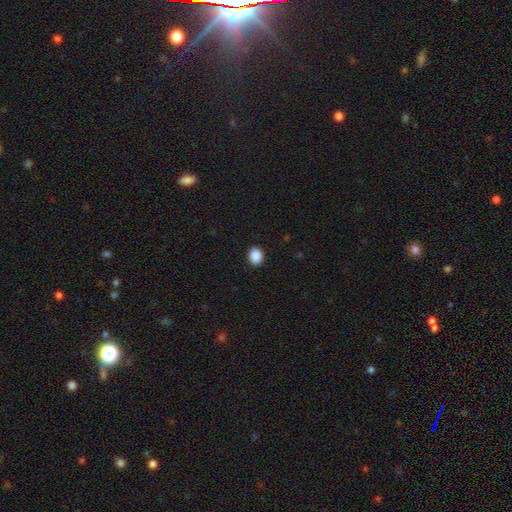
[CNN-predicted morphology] Smooth or featured?
  - smooth: 90% *
  - star or artifact: 8%
  - featured or disk: 2%
How rounded?
  - in between: 59% *
  - round: 40%
  - cigar-shaped: 1%
Merging?
  - none: 90% *
  - minor disturbance: 7%
  - major disturbance: 2%
  - merger: 1%